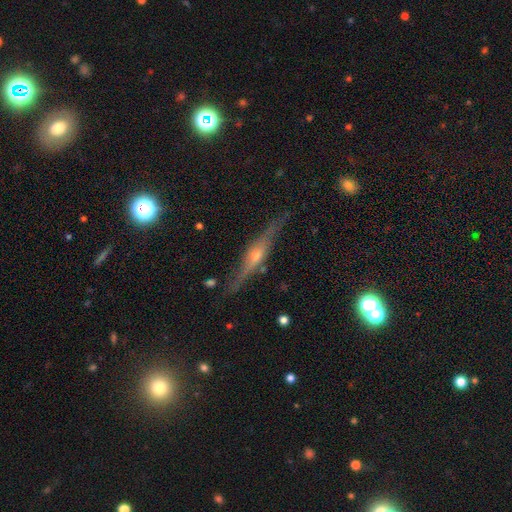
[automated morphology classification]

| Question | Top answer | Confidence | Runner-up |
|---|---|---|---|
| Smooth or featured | featured or disk | 78% | smooth (13%) |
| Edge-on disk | yes | 95% | no (5%) |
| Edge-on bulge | rounded | 82% | boxy (11%) |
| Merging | none | 84% | minor disturbance (12%) |